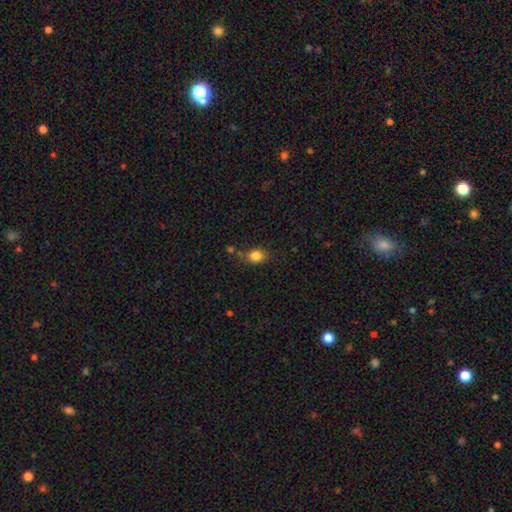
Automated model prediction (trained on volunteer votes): The model was most divided on "how rounded": in between: 59%, round: 40%, cigar-shaped: 2%. More confident: smooth or featured — smooth (82%); merging — none (67%).